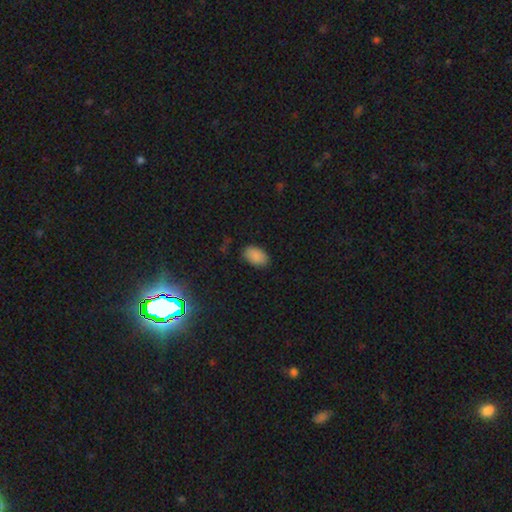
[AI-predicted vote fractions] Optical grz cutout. It shows a smooth galaxy with no disk features (87%) that is in between round and cigar-shaped (92%). Merging: none (83%).